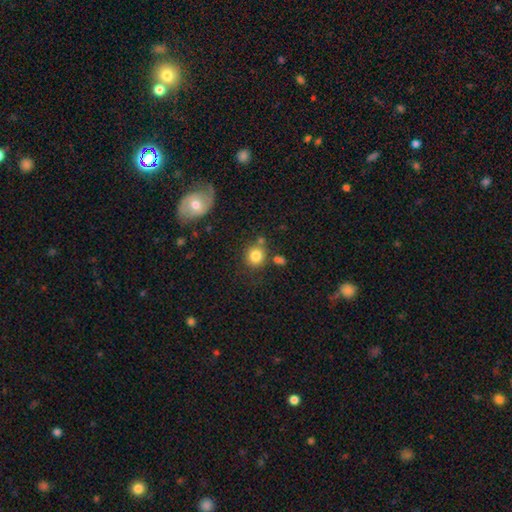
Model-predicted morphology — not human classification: smooth 83%, star or artifact 10%, featured or disk 7%. Down the decision tree: how rounded — round (85%); merging — none (70%).